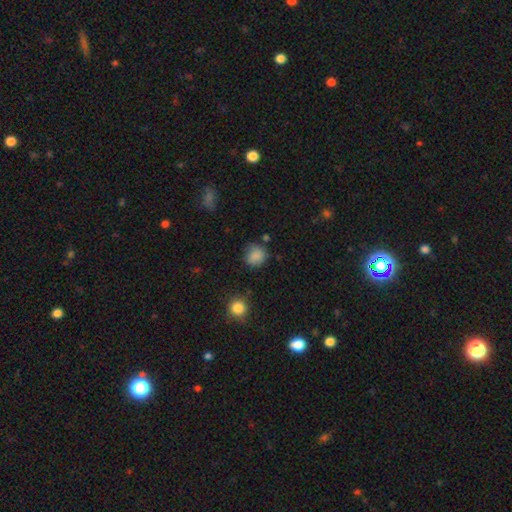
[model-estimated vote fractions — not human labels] Smooth or featured? Predicted: smooth (p=0.85). How rounded? Predicted: round (p=0.80). Merging? Predicted: none (p=0.72).